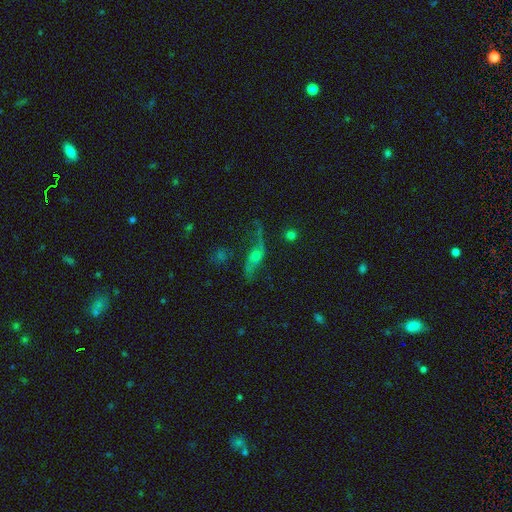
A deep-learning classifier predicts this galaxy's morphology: type=featured or disk (70%); edge-on=no (77%); bar=no (69%); spiral arms=yes (84%); bulge=small (51%); merging=none (55%).